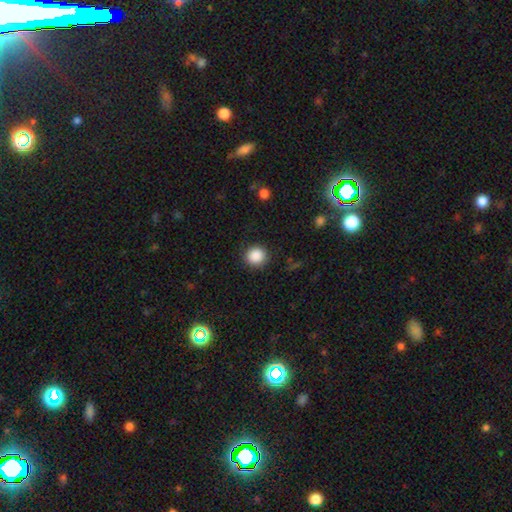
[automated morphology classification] Smooth or featured? smooth (88%)
How rounded? round (92%)
Merging? none (89%)